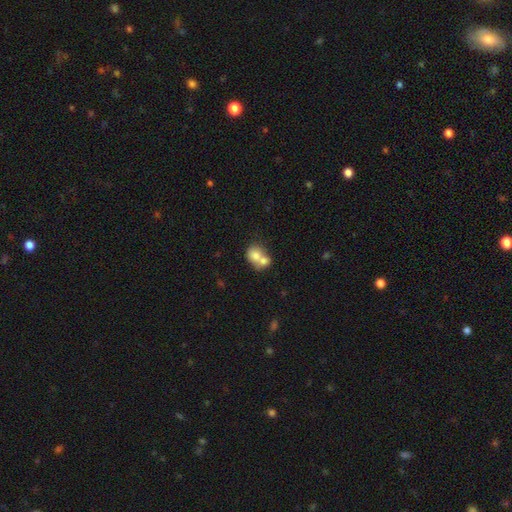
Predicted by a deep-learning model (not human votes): Q: Smooth or featured?
A: smooth (72%); runner-up: featured or disk (19%)
Q: How rounded?
A: round (62%); runner-up: in between (37%)
Q: Merging?
A: merger (67%); runner-up: none (23%)